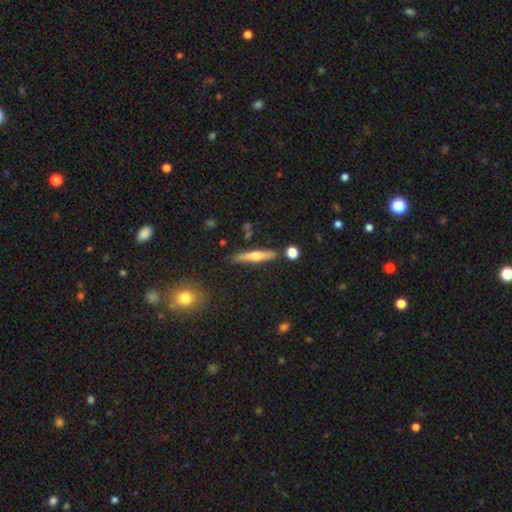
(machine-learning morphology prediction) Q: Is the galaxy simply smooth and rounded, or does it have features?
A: featured or disk — 53%.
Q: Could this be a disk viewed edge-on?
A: yes — 95%.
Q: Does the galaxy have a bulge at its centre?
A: rounded — 86%.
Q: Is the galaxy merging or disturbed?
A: none — 83%.